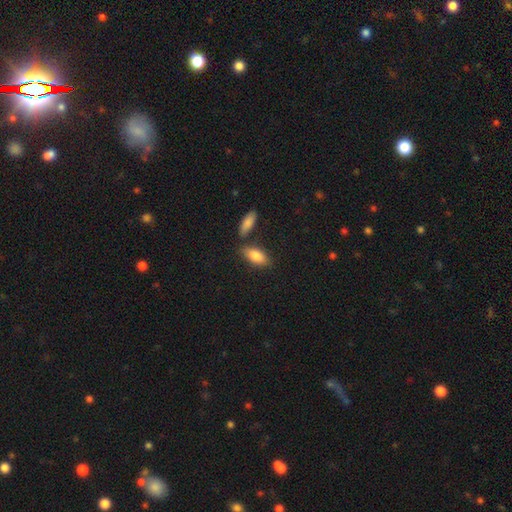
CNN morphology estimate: type=smooth (84%); roundness=in between (84%); merging=none (68%).